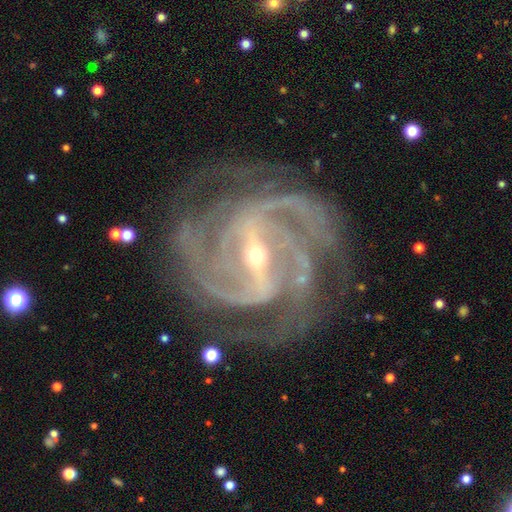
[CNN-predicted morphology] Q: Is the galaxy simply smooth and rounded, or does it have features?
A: featured or disk — 93%.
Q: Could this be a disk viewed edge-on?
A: no — 97%.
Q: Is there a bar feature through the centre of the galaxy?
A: strong — 68%.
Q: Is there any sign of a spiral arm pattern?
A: yes — 99%.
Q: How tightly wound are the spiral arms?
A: tight — 51%.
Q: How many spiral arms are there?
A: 3 — 28%.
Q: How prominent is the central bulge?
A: small — 72%.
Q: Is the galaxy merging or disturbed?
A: none — 75%.